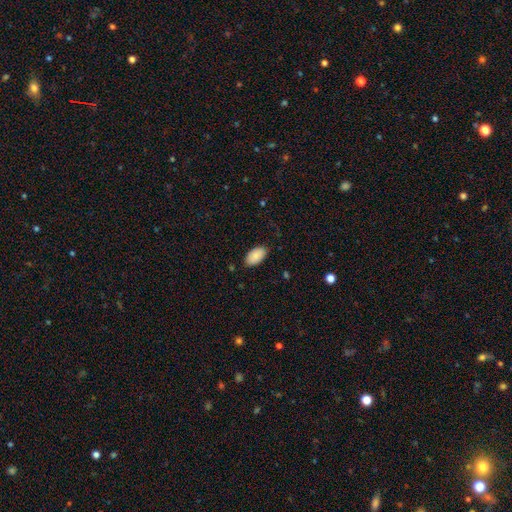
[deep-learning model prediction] Q: Smooth or featured?
A: smooth (87%); runner-up: star or artifact (7%)
Q: How rounded?
A: in between (96%); runner-up: round (3%)
Q: Merging?
A: none (85%); runner-up: minor disturbance (12%)